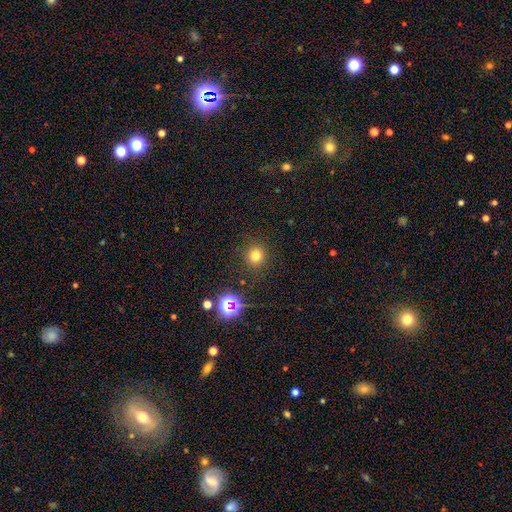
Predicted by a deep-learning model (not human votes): Morphology: type=smooth (74%); roundness=round (94%); merging=none (88%).